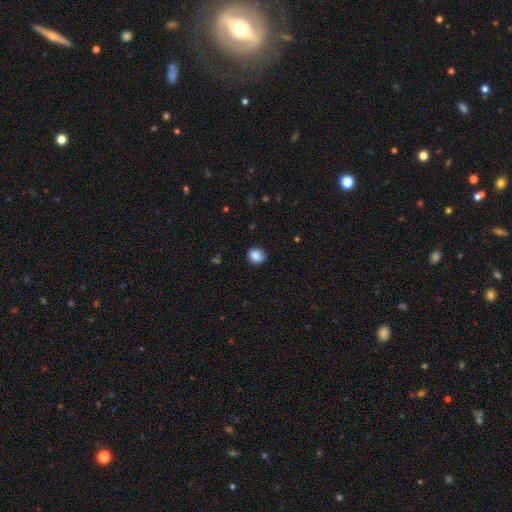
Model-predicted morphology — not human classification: Overall: smooth (86%). How rounded: round (71%). Merging: none (82%).